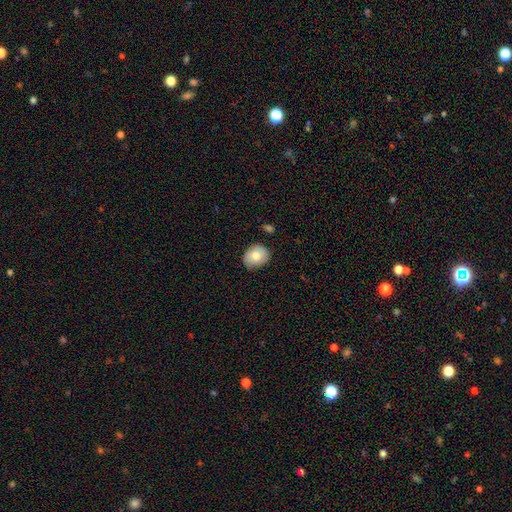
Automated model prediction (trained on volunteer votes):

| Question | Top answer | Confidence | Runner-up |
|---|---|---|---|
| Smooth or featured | smooth | 75% | featured or disk (17%) |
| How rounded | round | 70% | in between (29%) |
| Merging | none | 74% | minor disturbance (20%) |